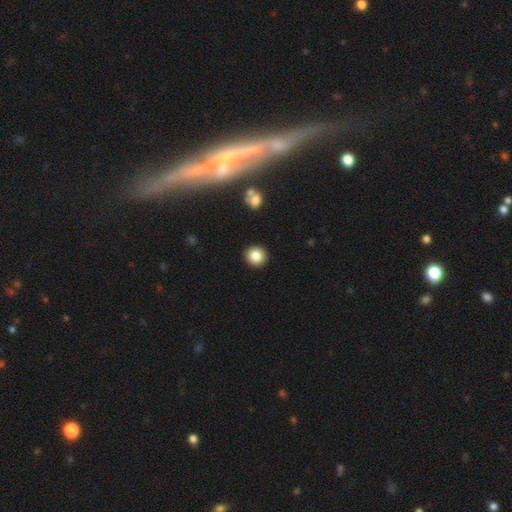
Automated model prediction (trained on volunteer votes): Overall: smooth (85%). How rounded: round (94%). Merging: none (92%).